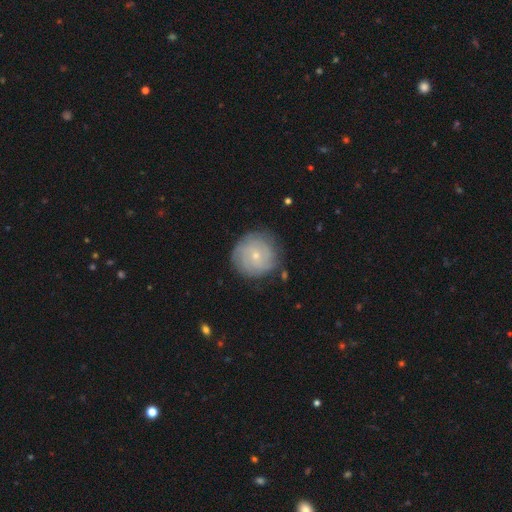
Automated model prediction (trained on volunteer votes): A featured or disk galaxy (53%) with no bar (78%), spiral arms (77%) and a small central bulge (77%). Merging: none (78%).